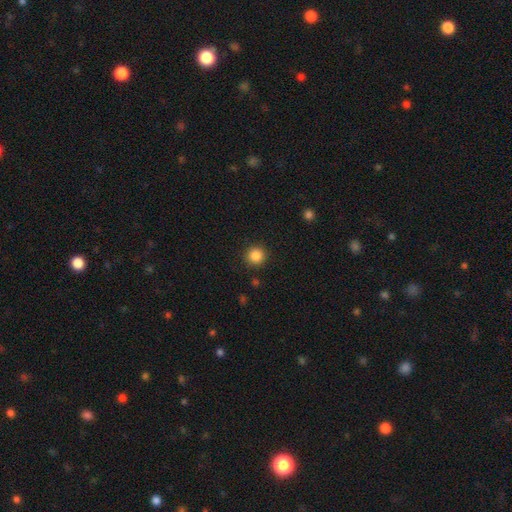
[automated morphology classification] Q: Smooth or featured?
A: smooth (86%); runner-up: star or artifact (10%)
Q: How rounded?
A: round (95%); runner-up: in between (5%)
Q: Merging?
A: none (91%); runner-up: minor disturbance (5%)